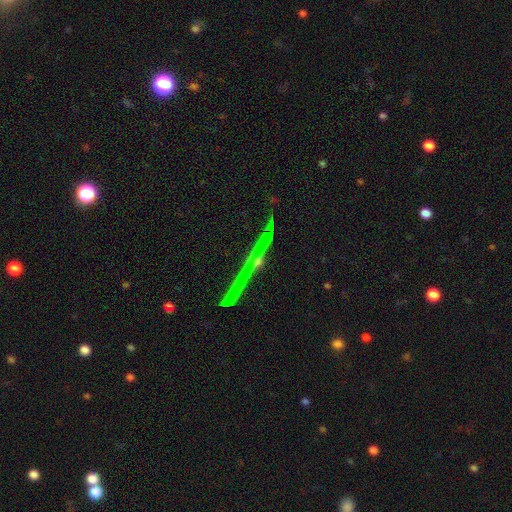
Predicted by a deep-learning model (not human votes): This appears to be a featured or disk galaxy (83%) viewed edge-on (97%) with a rounded central bulge (76%). Merging: none (78%).